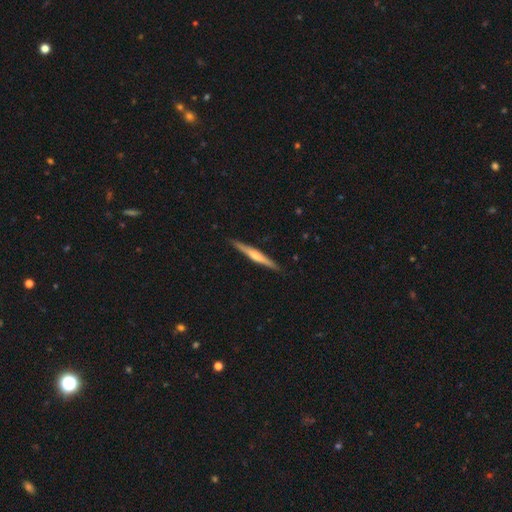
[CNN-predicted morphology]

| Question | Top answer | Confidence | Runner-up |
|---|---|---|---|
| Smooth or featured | featured or disk | 57% | smooth (38%) |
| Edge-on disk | yes | 97% | no (3%) |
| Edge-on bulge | rounded | 63% | none (24%) |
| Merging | none | 90% | minor disturbance (8%) |